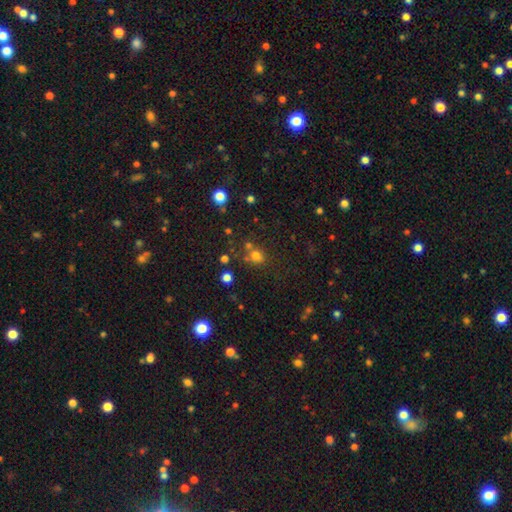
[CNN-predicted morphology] Smooth or featured? smooth (69%)
How rounded? round (79%)
Merging? none (60%)